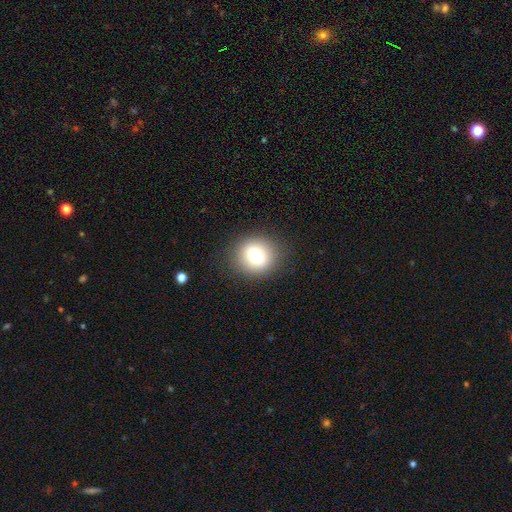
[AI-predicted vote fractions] This appears to be a smooth galaxy with no disk features (78%) that is round (87%). Merging: none (89%).